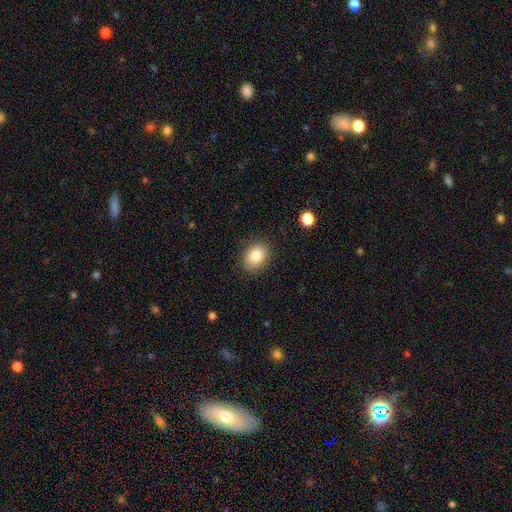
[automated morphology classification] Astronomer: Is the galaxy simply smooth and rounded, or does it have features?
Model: smooth — 85%.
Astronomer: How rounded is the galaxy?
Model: in between — 60% (runner-up: round, 39%).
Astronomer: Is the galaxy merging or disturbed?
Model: none — 87%.